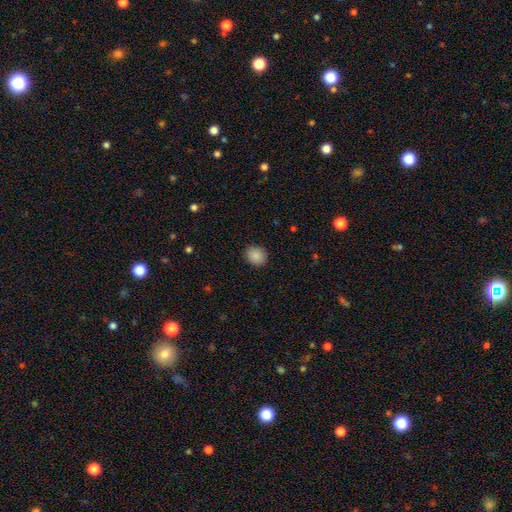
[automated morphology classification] smooth 88%, star or artifact 9%, featured or disk 3%. Down the decision tree: how rounded — round (68%); merging — none (89%).